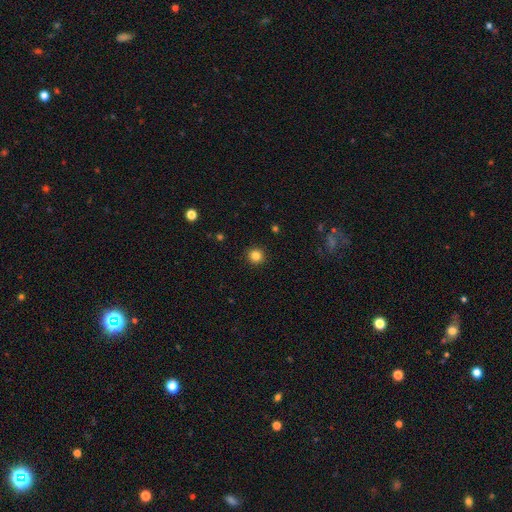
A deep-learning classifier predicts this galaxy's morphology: Smooth or featured? Predicted: smooth (p=0.84). How rounded? Predicted: round (p=0.94). Merging? Predicted: none (p=0.93).